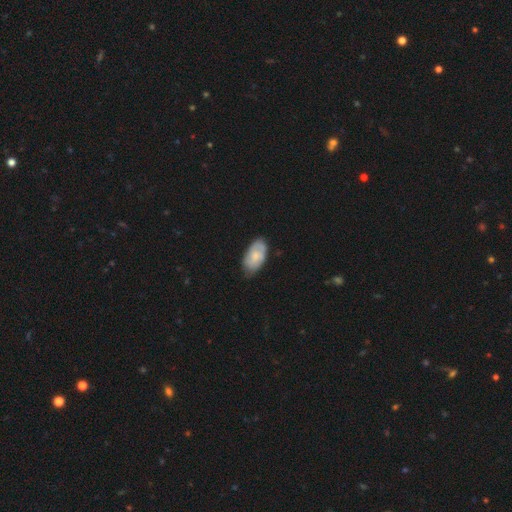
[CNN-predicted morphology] type=smooth (59%); roundness=in between (94%); merging=none (68%).